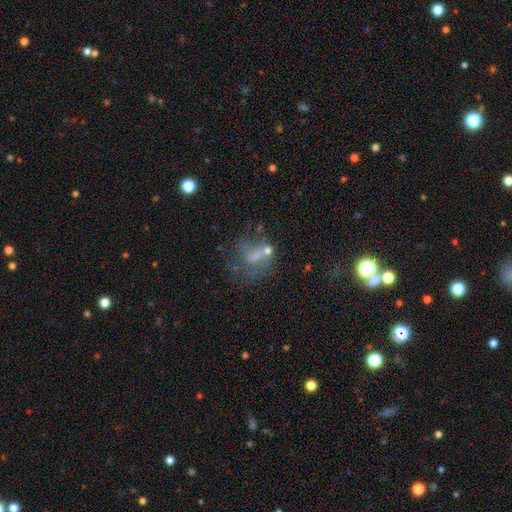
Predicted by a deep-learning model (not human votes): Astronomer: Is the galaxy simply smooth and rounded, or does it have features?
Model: featured or disk — 49% (runner-up: smooth, 34%).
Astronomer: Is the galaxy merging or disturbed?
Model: none — 36% (runner-up: major disturbance, 30%).